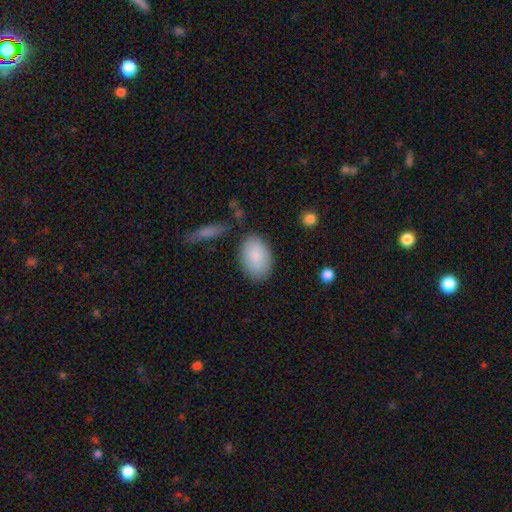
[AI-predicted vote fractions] The model was most divided on "merging": none: 80%, minor disturbance: 13%, major disturbance: 4%, merger: 3%. More confident: how rounded — in between (88%); smooth or featured — smooth (87%).